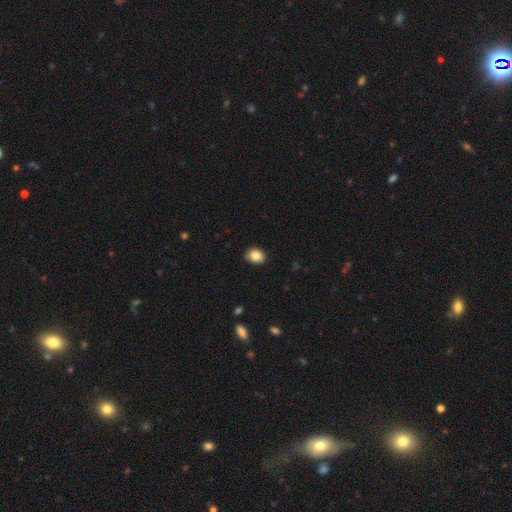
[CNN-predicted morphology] The model was most divided on "how rounded": in between: 53%, round: 46%, cigar-shaped: 1%. More confident: smooth or featured — smooth (85%); merging — none (84%).